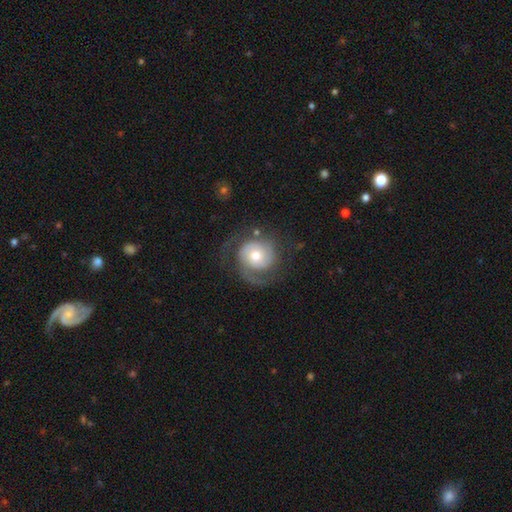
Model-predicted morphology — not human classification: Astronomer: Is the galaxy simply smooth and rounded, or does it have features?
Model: featured or disk — 70%.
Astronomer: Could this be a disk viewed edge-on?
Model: no — 98%.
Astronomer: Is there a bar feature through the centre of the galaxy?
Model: no — 76%.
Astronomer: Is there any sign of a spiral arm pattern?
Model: yes — 90%.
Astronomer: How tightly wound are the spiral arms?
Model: tight — 42% (runner-up: medium, 37%).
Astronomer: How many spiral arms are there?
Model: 2 — 45% (runner-up: 1, 32%).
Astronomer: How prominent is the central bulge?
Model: moderate — 62%.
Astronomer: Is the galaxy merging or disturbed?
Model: none — 59%.